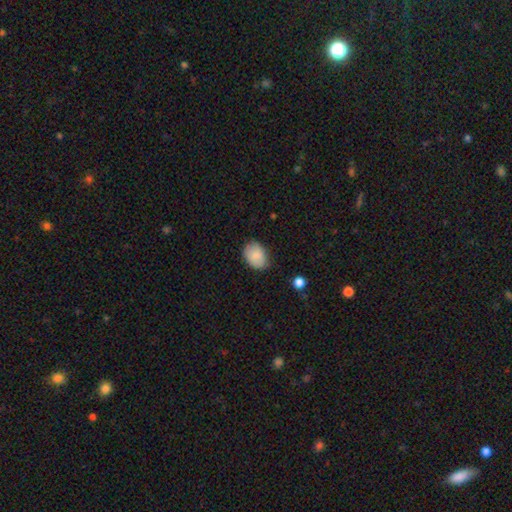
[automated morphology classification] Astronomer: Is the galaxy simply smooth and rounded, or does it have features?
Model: smooth — 83%.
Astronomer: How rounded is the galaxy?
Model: in between — 73%.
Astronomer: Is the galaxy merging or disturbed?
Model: none — 74%.